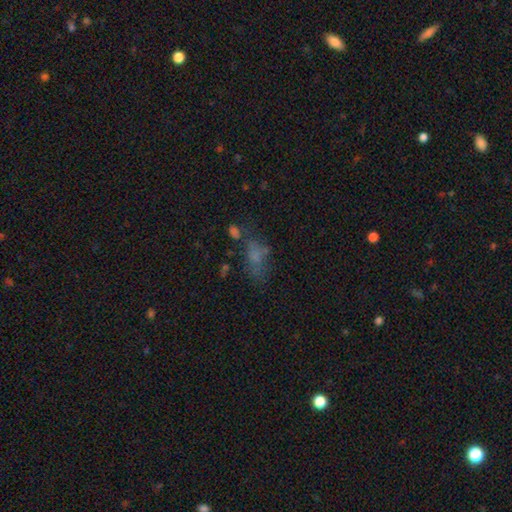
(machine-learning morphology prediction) This appears to be a smooth galaxy with no disk features (54%) that is in between round and cigar-shaped (76%). Merging: none (42%).